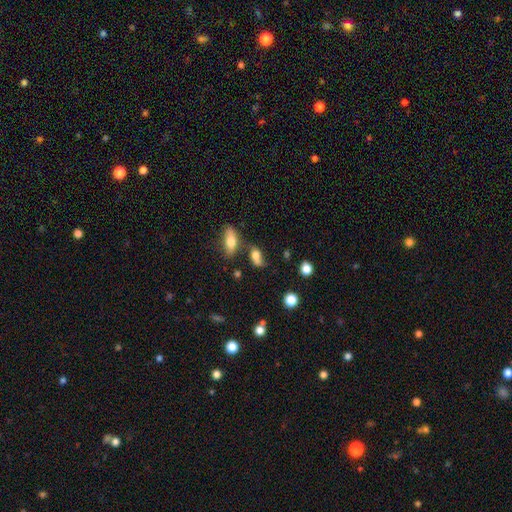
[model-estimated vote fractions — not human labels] smooth-or-featured: smooth: 64% | featured or disk: 23% | star or artifact: 13%
  how-rounded: in between: 74% | round: 18% | cigar-shaped: 9%
  merging: none: 37% | merger: 32% | minor disturbance: 19% | major disturbance: 13%